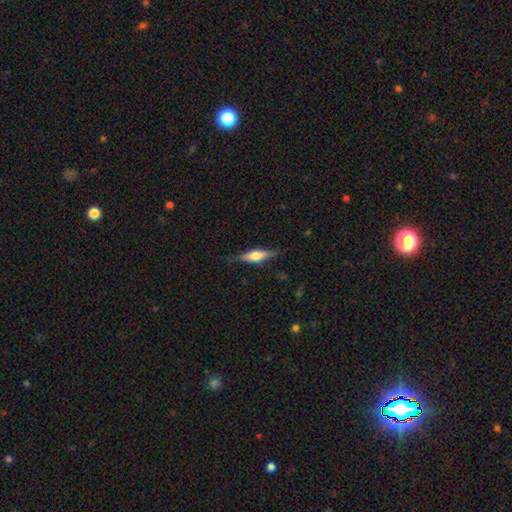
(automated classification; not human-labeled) featured or disk 63%, smooth 30%, star or artifact 7%. Down the decision tree: edge-on disk — yes (96%); edge-on bulge — rounded (88%); merging — none (84%).